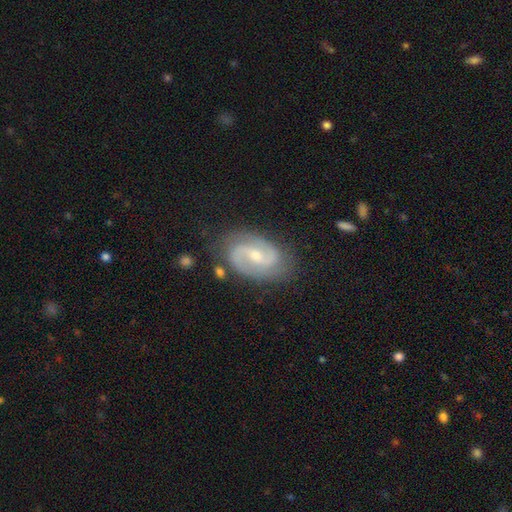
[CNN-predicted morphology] This is clearly a featured or disk galaxy (88%). It is clearly not viewed edge-on (97%). Bar: possibly weak (52%). Spiral arm pattern: clearly yes (97%). Spiral arm count: clearly 2 (93%). Spiral winding: possibly medium (57%). Central bulge: possibly moderate (50%). Merging: likely none (79%).